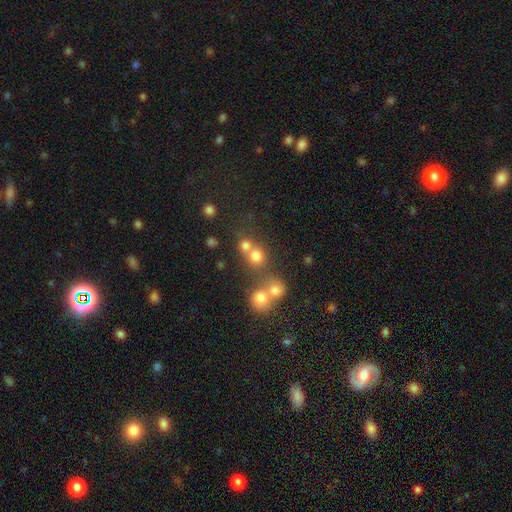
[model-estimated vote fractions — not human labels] smooth 74%, star or artifact 17%, featured or disk 10%. Down the decision tree: how rounded — round (87%); merging — none (50%).